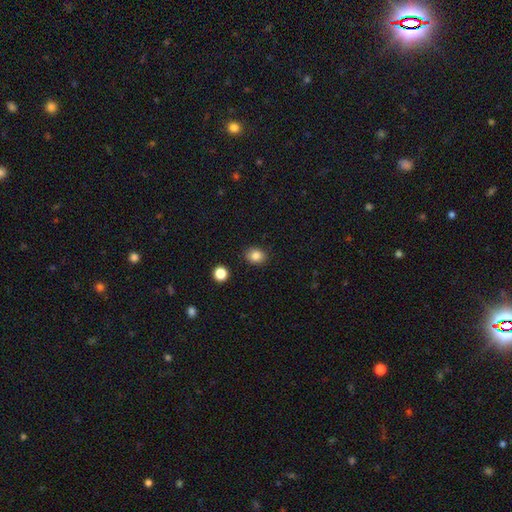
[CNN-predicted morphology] smooth_or_featured: smooth (p=0.85) [alt: star or artifact p=0.10]
how_rounded: round (p=0.62) [alt: in between p=0.37]
merging: none (p=0.88) [alt: minor disturbance p=0.08]